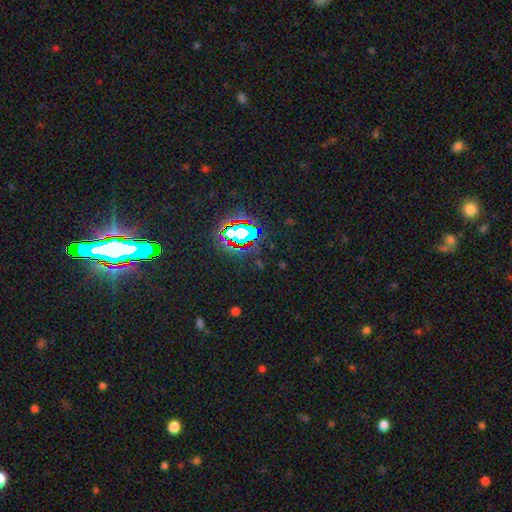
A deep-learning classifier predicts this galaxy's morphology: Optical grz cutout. It shows a star or artifact, not a galaxy (81%).